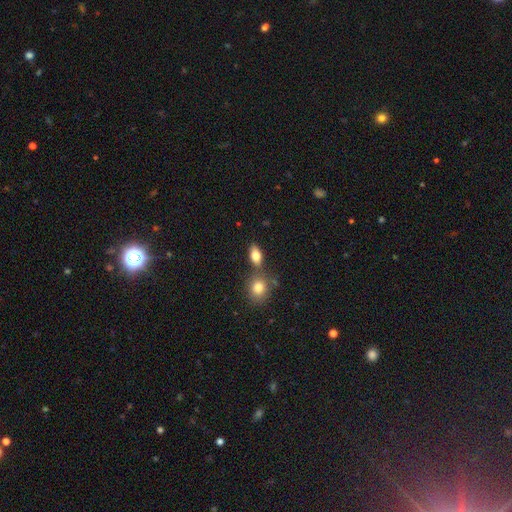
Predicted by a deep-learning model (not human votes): Smooth or featured? Predicted: smooth (p=0.79). How rounded? Predicted: in between (p=0.82). Merging? Predicted: none (p=0.65).